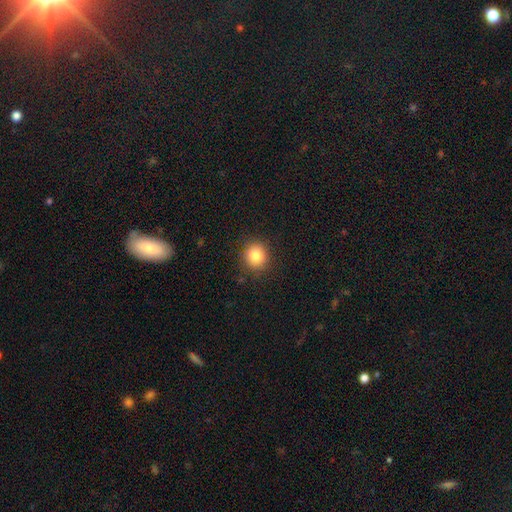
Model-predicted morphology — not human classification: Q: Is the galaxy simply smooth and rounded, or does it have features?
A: smooth — 84%.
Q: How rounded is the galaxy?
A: round — 85%.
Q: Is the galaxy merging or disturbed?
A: none — 89%.